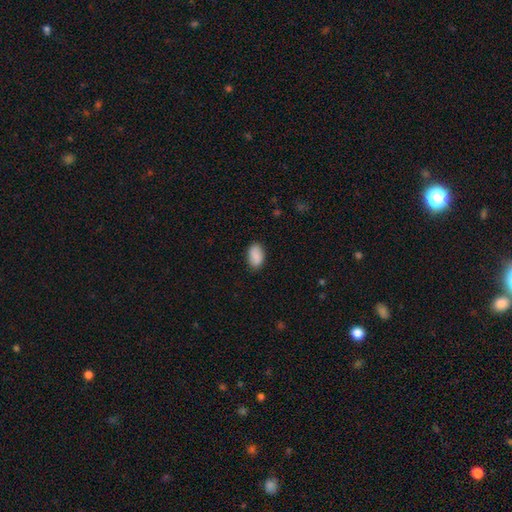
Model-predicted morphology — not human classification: Q: Smooth or featured?
A: smooth (89%); runner-up: star or artifact (7%)
Q: How rounded?
A: in between (93%); runner-up: round (6%)
Q: Merging?
A: none (86%); runner-up: minor disturbance (11%)